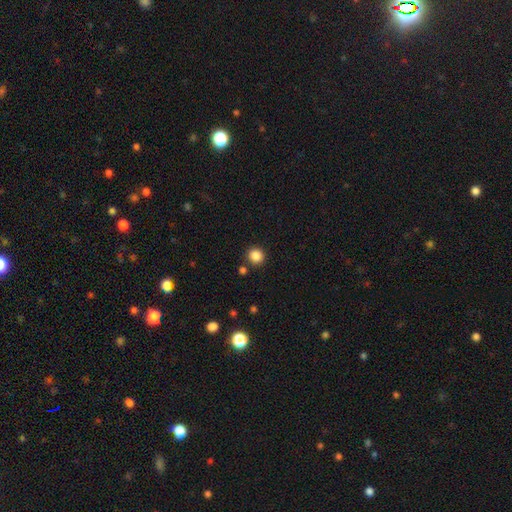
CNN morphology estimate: Smooth or featured?
  - smooth: 86% *
  - star or artifact: 11%
  - featured or disk: 3%
How rounded?
  - round: 92% *
  - in between: 7%
  - cigar-shaped: 1%
Merging?
  - none: 87% *
  - minor disturbance: 6%
  - merger: 4%
  - major disturbance: 2%